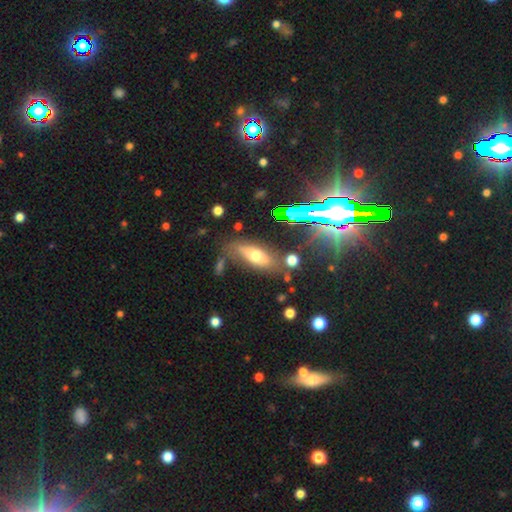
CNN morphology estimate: This is possibly a smooth galaxy (58%). How rounded: likely in between (72%). Merging: likely none (64%).